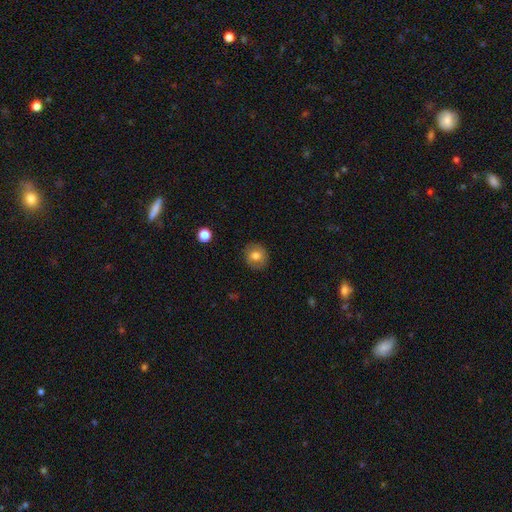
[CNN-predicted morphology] type=smooth (74%); roundness=round (85%); merging=none (87%).